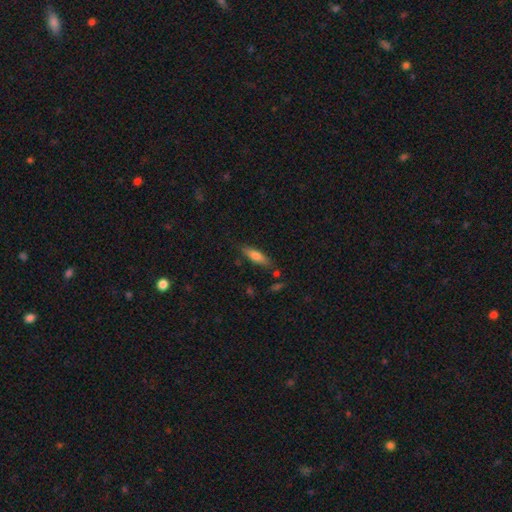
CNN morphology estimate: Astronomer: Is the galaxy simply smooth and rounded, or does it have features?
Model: smooth — 69%.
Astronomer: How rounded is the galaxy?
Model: cigar-shaped — 62%.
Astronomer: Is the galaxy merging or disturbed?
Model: none — 79%.